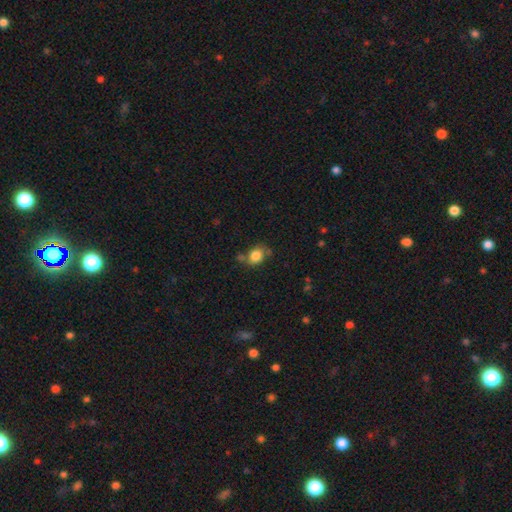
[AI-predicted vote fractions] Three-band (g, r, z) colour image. It shows a smooth galaxy with no disk features (82%) that is round (54%). Merging: none (61%).